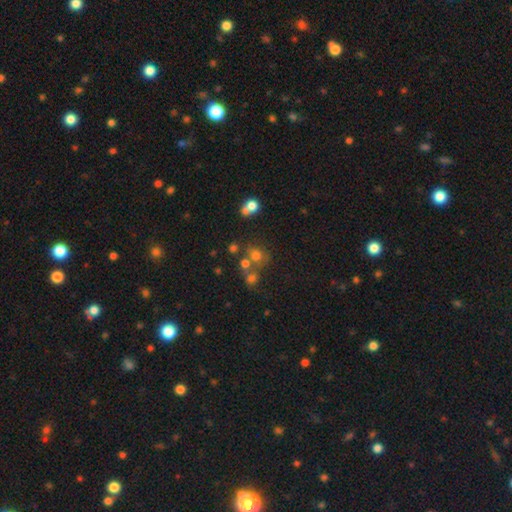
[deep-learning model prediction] The model was most divided on "merging": none: 48%, merger: 32%, minor disturbance: 12%, major disturbance: 8%. More confident: how rounded — round (75%); smooth or featured — smooth (64%).